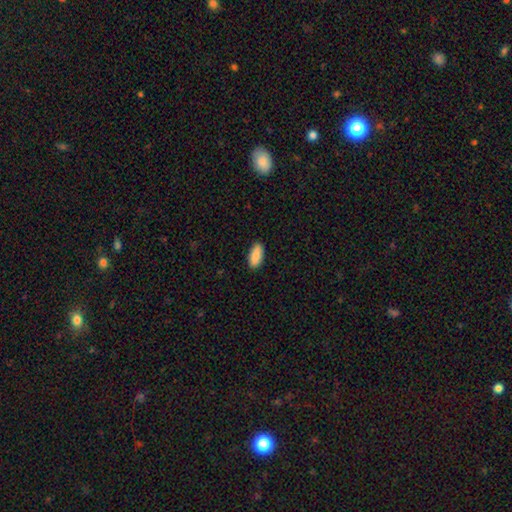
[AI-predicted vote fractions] This is clearly a smooth galaxy (86%). How rounded: clearly in between (82%). Merging: clearly none (89%).